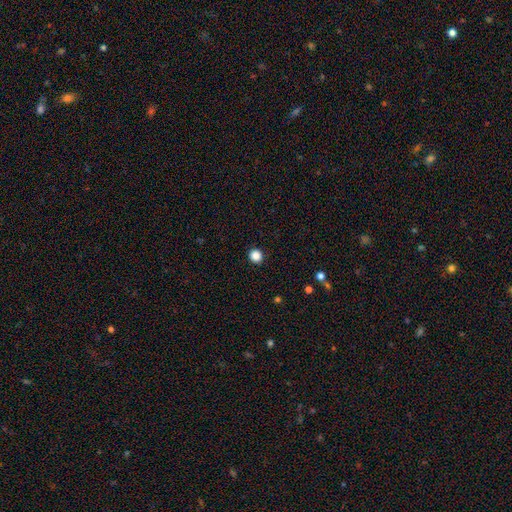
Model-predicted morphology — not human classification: A smooth galaxy with no disk features (87%) that is round (92%). Merging: none (93%).